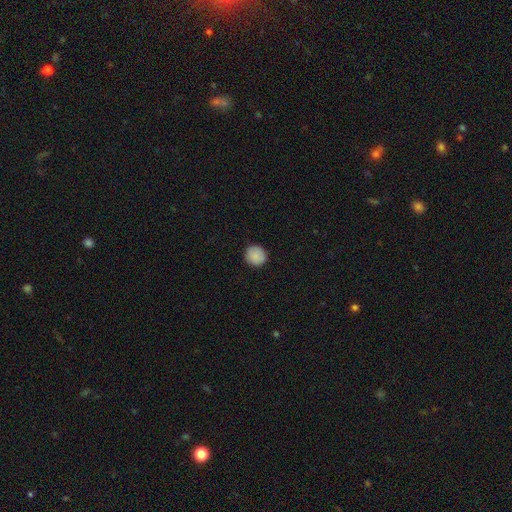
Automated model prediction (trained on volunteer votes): smooth_or_featured: smooth (p=0.89) [alt: star or artifact p=0.08]
how_rounded: round (p=0.91) [alt: in between p=0.08]
merging: none (p=0.91) [alt: minor disturbance p=0.07]